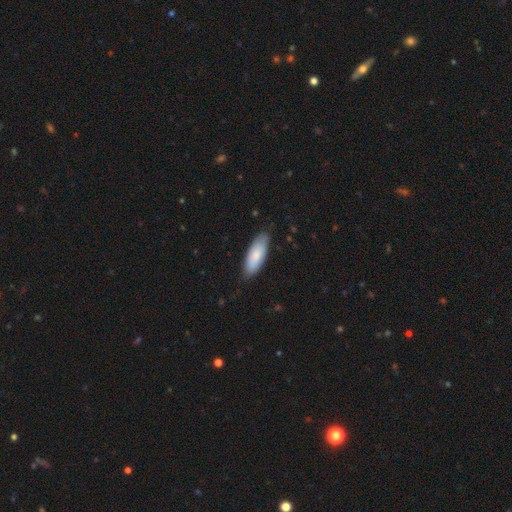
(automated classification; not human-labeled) Q: Smooth or featured?
A: smooth (77%); runner-up: featured or disk (18%)
Q: How rounded?
A: in between (76%); runner-up: cigar-shaped (23%)
Q: Merging?
A: none (79%); runner-up: minor disturbance (17%)